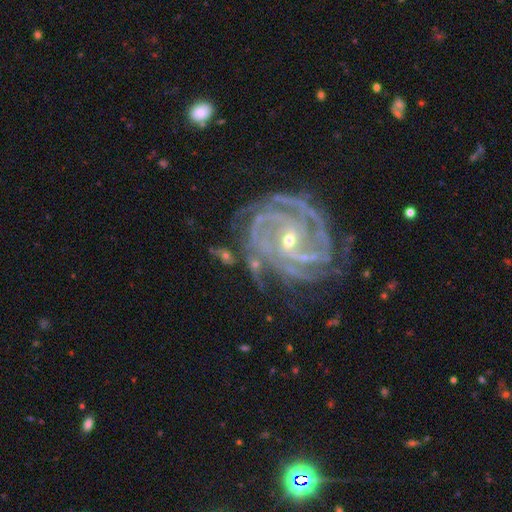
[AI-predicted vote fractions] A featured or disk galaxy (92%) with no bar (39%), 4 (27%) tight (72%) spiral arms (98%) and a small central bulge (67%). Merging: none (67%).